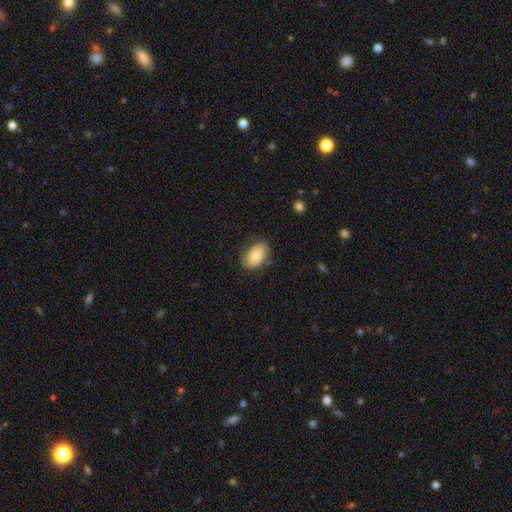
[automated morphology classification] A smooth galaxy with no disk features (72%) that is in between round and cigar-shaped (87%). Merging: none (70%).